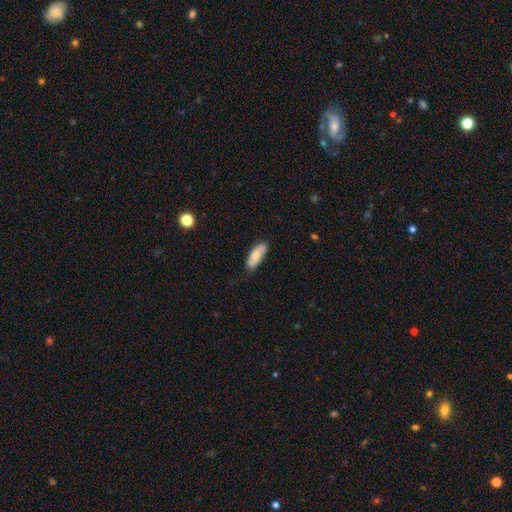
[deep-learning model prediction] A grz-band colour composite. It shows a smooth galaxy with no disk features (73%) that is in between round and cigar-shaped (70%). Merging: none (77%).